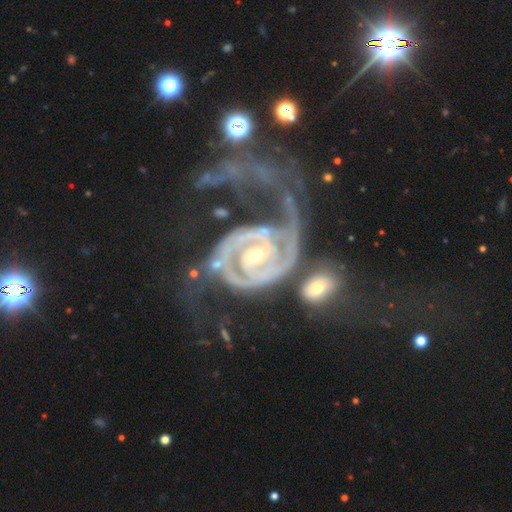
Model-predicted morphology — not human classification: This appears to be a featured or disk galaxy (92%) with no bar (44%), 2 (63%) tight (50%) spiral arms (96%) and a small central bulge (56%). Merging: major disturbance (48%).